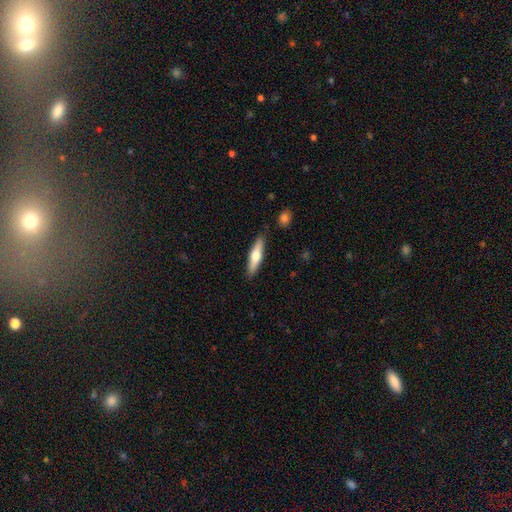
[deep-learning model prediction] A smooth galaxy with no disk features (53%) that is cigar-shaped (76%).

Vote fractions:
- Smooth or featured? smooth: 53% / featured or disk: 42% / star or artifact: 5%
- How rounded? cigar-shaped: 76% / in between: 22% / round: 2%
- Merging? none: 88% / minor disturbance: 8% / merger: 2% / major disturbance: 2%